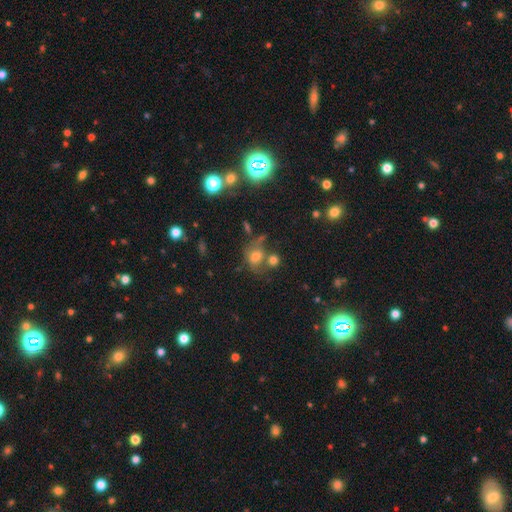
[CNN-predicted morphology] A smooth galaxy with no disk features (62%) that is round (54%).

Vote fractions:
- Smooth or featured? smooth: 62% / star or artifact: 21% / featured or disk: 17%
- How rounded? round: 54% / in between: 44% / cigar-shaped: 2%
- Merging? none: 42% / merger: 27% / minor disturbance: 18% / major disturbance: 13%